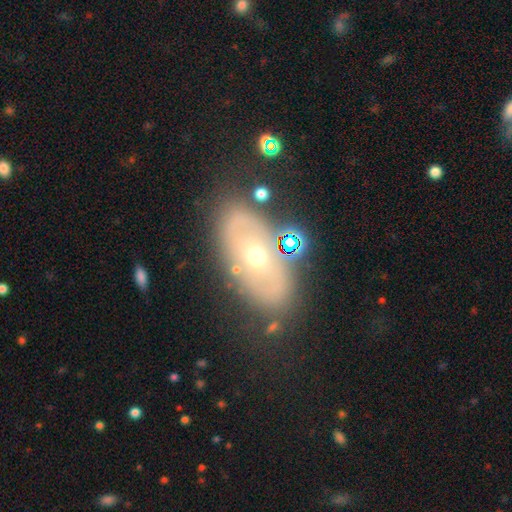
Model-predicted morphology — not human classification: Smooth or featured?
  - featured or disk: 59% *
  - smooth: 32%
  - star or artifact: 9%
Edge-on disk?
  - no: 88% *
  - yes: 12%
Bar?
  - no: 81% *
  - weak: 13%
  - strong: 6%
Spiral arms?
  - no: 70% *
  - yes: 30%
Bulge size?
  - moderate: 58% *
  - small: 38%
  - large: 3%
  - dominant: 1%
  - none: 1%
Merging?
  - none: 76% *
  - minor disturbance: 14%
  - major disturbance: 6%
  - merger: 4%